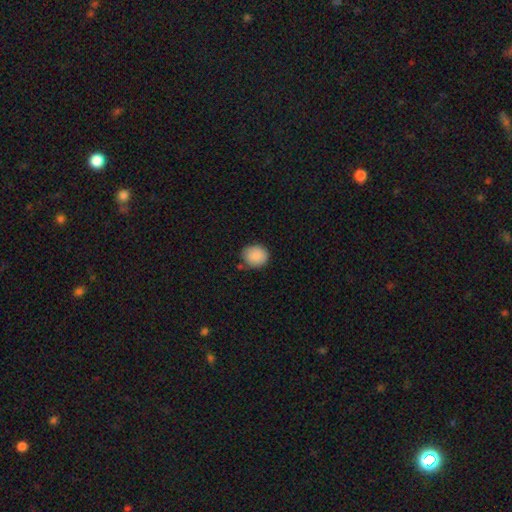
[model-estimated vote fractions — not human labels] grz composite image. It shows a smooth galaxy with no disk features (89%) that is round (74%). Merging: none (81%).